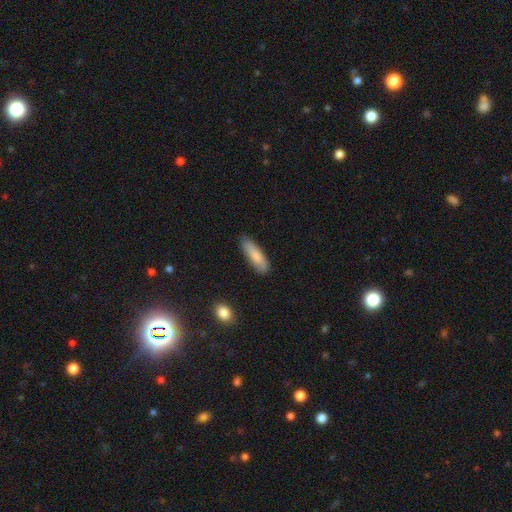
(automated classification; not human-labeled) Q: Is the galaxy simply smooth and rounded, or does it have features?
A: smooth — 84%.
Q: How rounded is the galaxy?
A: cigar-shaped — 58%.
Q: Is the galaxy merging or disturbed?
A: none — 83%.